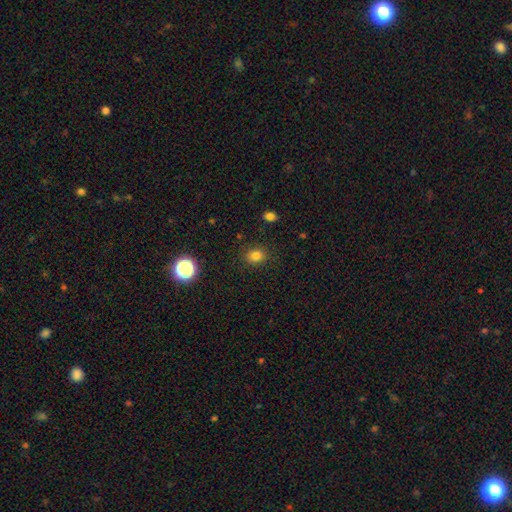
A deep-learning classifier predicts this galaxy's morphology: The model was most divided on "how rounded": round: 60%, in between: 39%, cigar-shaped: 1%. More confident: merging — none (87%); smooth or featured — smooth (81%).